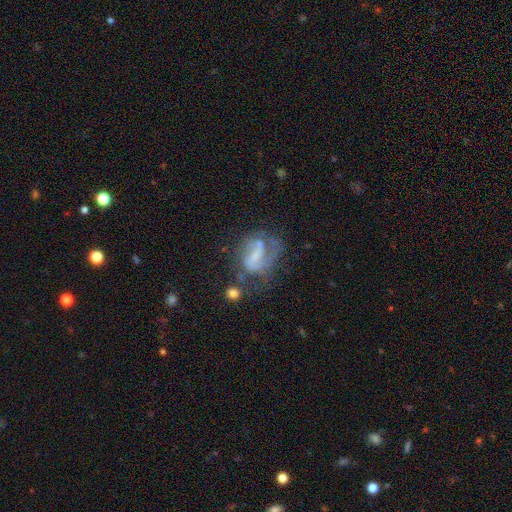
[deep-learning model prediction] smooth_or_featured: featured or disk (p=0.68) [alt: smooth p=0.22]
disk_edge_on: no (p=0.97) [alt: yes p=0.03]
bar: weak (p=0.44) [alt: no p=0.30]
has_spiral_arms: yes (p=0.73) [alt: no p=0.27]
bulge_size: none (p=0.42) [alt: small p=0.34]
merging: none (p=0.36) [alt: major disturbance p=0.32]